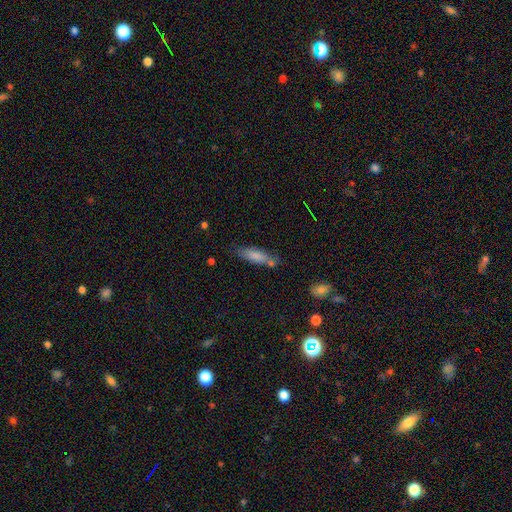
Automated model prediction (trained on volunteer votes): Overall: smooth (80%). How rounded: cigar-shaped (55%; in between 43%). Merging: none (61%).